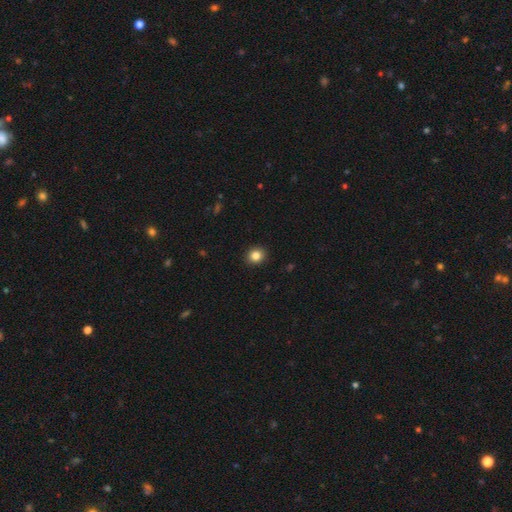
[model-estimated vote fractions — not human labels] This appears to be a smooth galaxy with no disk features (84%) that is round (75%). Merging: none (92%).